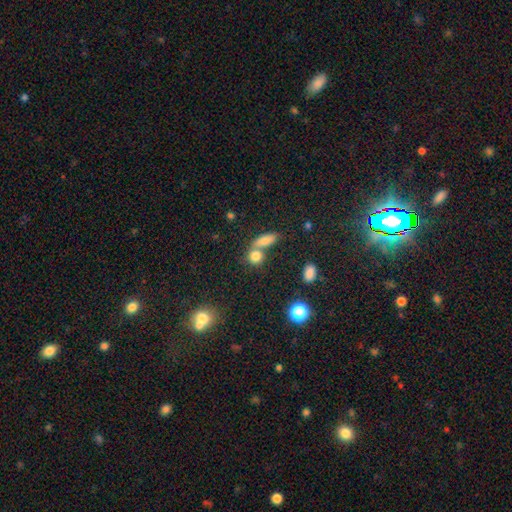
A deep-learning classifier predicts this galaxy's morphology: A smooth galaxy with no disk features (78%) that is round (64%). Merging: none (44%).